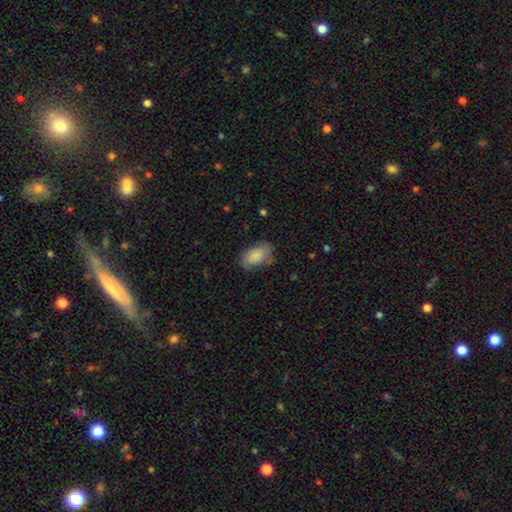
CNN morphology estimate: type=smooth (80%); roundness=in between (92%); merging=none (69%).